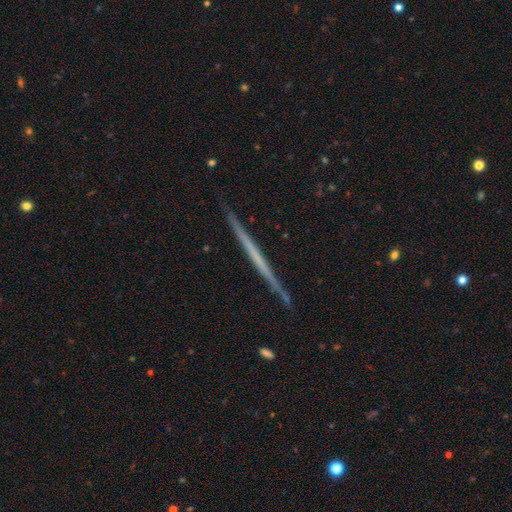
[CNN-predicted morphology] This is likely a featured or disk galaxy (65%). It is clearly viewed edge-on (98%). Edge-on bulge: clearly none (92%). Merging: clearly none (91%).